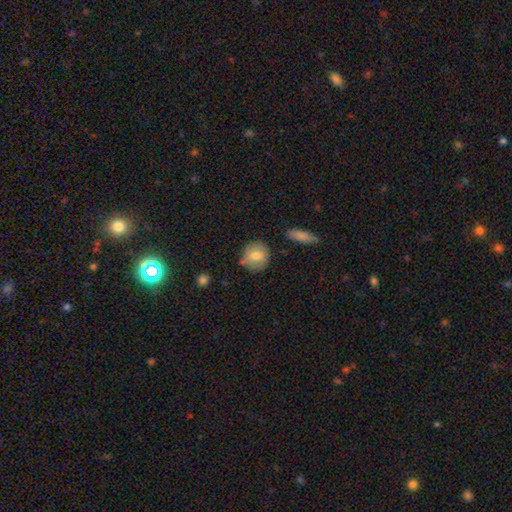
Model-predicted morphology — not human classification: smooth 76%, featured or disk 17%, star or artifact 7%. Down the decision tree: how rounded — round (88%); merging — none (81%).